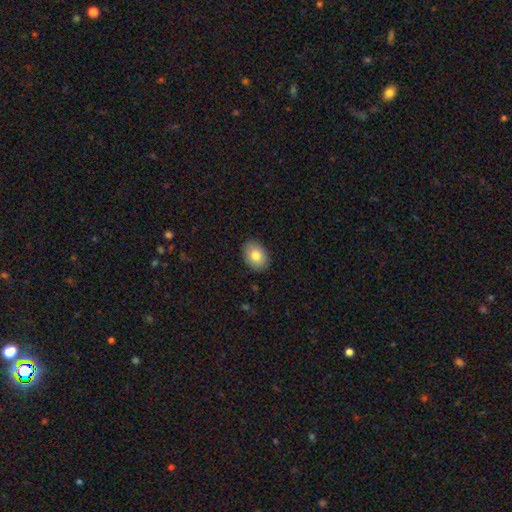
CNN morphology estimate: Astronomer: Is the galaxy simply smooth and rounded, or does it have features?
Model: smooth — 80%.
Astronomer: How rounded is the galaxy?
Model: in between — 75%.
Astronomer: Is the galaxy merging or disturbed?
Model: none — 88%.